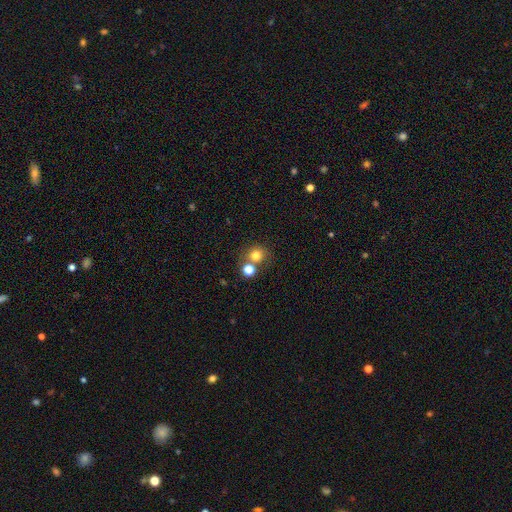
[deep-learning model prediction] Morphology: type=smooth (77%); roundness=round (87%); merging=none (64%).